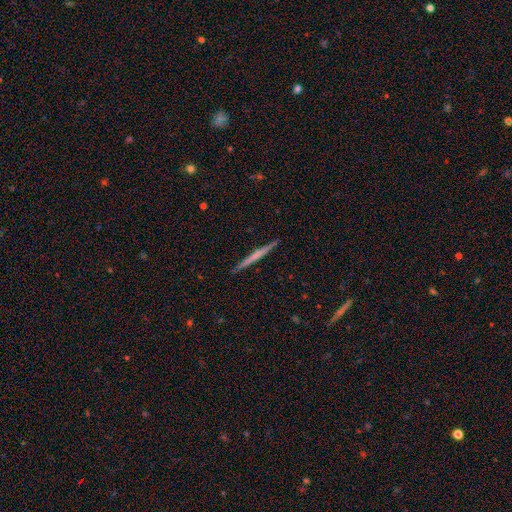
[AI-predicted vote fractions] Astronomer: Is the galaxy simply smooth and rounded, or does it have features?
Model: featured or disk — 53% (runner-up: smooth, 41%).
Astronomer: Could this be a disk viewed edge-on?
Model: yes — 98%.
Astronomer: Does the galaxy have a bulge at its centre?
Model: none — 81%.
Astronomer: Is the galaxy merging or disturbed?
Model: none — 92%.